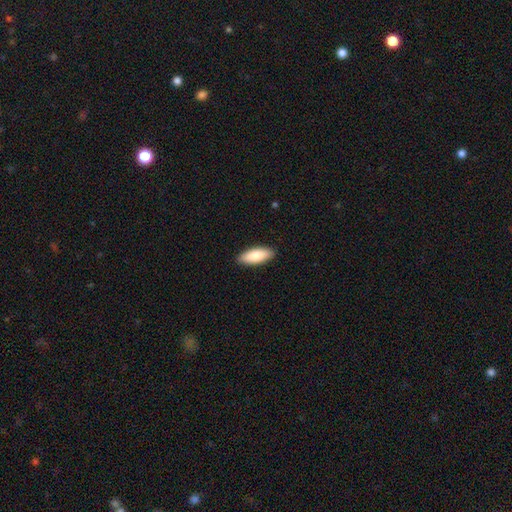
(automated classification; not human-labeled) Smooth or featured?
  - smooth: 85% *
  - featured or disk: 10%
  - star or artifact: 5%
How rounded?
  - in between: 74% *
  - cigar-shaped: 25%
  - round: 2%
Merging?
  - none: 90% *
  - minor disturbance: 8%
  - major disturbance: 2%
  - merger: 1%